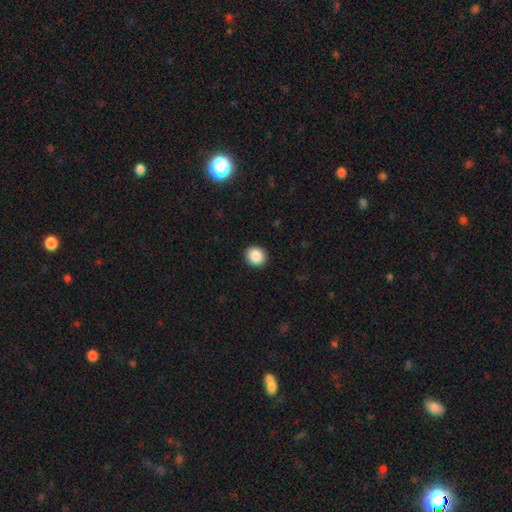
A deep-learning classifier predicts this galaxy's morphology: This is clearly a smooth galaxy (88%). How rounded: clearly round (86%). Merging: clearly none (92%).